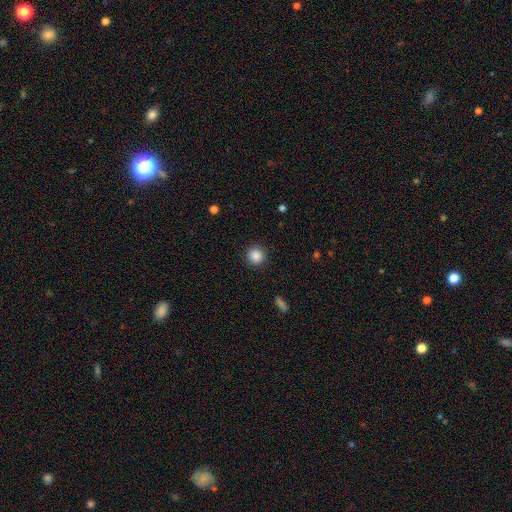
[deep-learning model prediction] Smooth or featured? Predicted: smooth (p=0.87). How rounded? Predicted: round (p=0.94). Merging? Predicted: none (p=0.91).